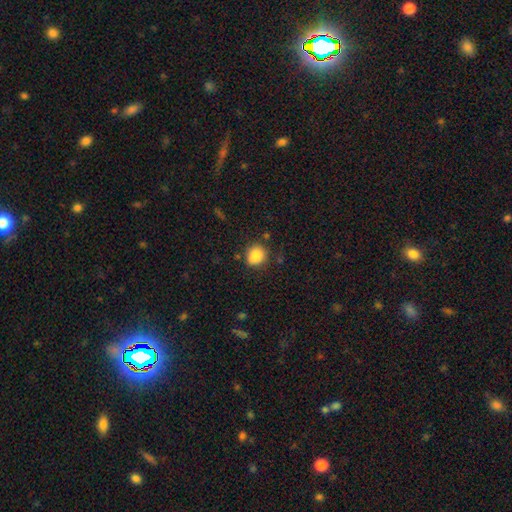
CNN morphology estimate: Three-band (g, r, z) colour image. It shows a smooth galaxy with no disk features (87%) that is round (69%). Merging: none (78%).